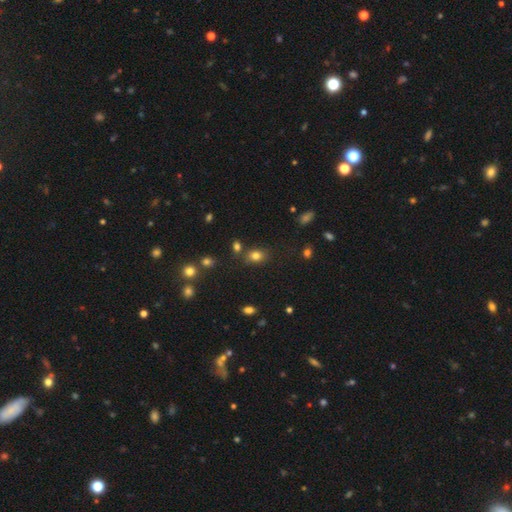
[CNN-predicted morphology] Smooth or featured?
  - smooth: 79% *
  - star or artifact: 14%
  - featured or disk: 8%
How rounded?
  - in between: 63% *
  - round: 36%
  - cigar-shaped: 1%
Merging?
  - none: 73% *
  - minor disturbance: 14%
  - merger: 9%
  - major disturbance: 4%